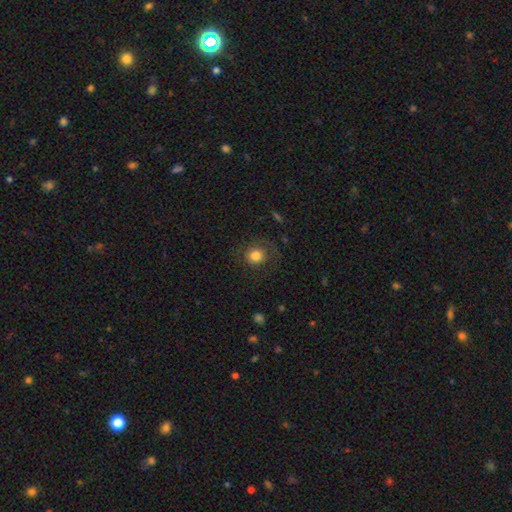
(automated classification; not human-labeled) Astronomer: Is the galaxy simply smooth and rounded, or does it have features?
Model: smooth — 80%.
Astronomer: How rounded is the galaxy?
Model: round — 88%.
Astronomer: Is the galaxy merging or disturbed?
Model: none — 74%.